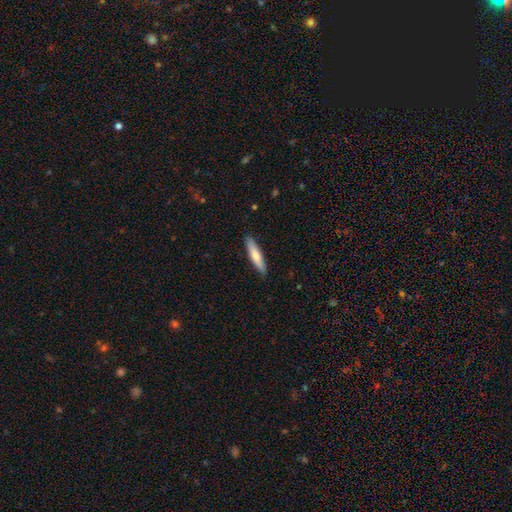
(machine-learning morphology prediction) This appears to be a smooth galaxy with no disk features (72%) that is cigar-shaped (83%). Merging: none (90%).